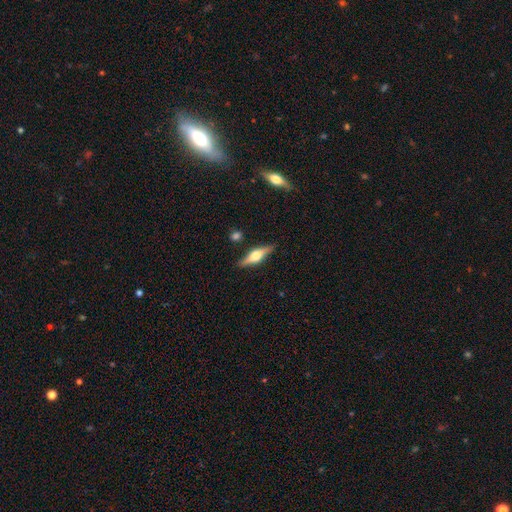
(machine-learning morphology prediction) featured or disk 67%, smooth 27%, star or artifact 6%. Down the decision tree: edge-on disk — yes (96%); edge-on bulge — rounded (92%); merging — none (86%).